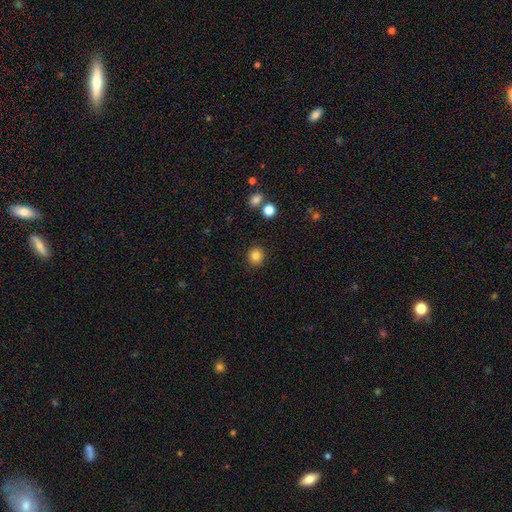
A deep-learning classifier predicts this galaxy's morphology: Overall: smooth (85%). How rounded: round (92%). Merging: none (90%).